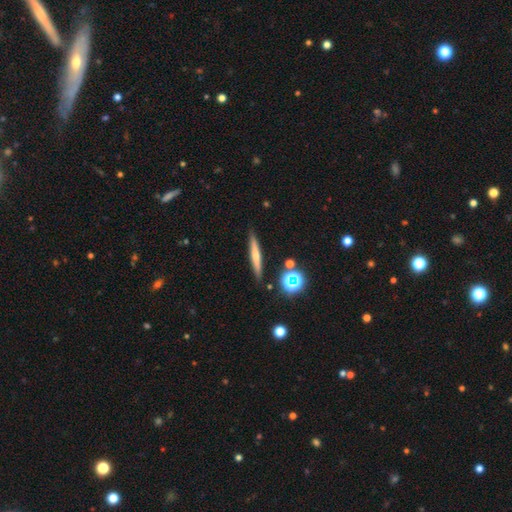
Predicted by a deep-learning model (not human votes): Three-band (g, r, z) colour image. It shows a smooth galaxy with no disk features (48%). Merging: none (88%).